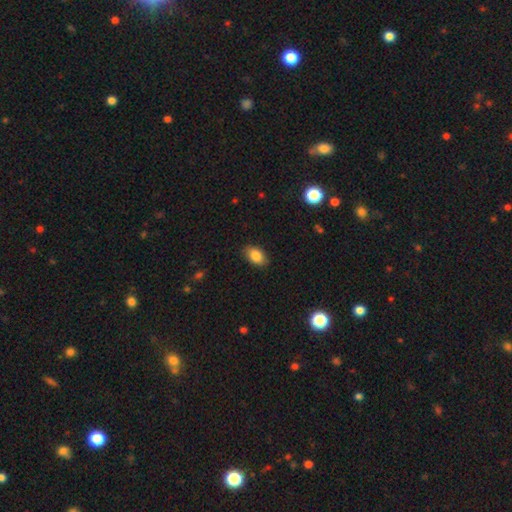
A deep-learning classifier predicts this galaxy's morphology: A smooth galaxy with no disk features (85%) that is in between round and cigar-shaped (88%). Merging: none (86%).